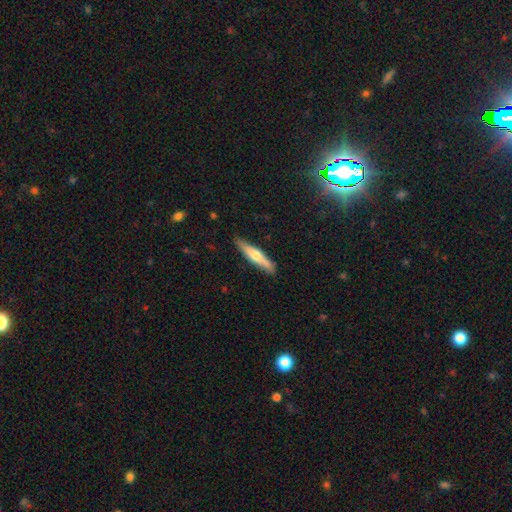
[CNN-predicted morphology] This appears to be a smooth galaxy with no disk features (52%) that is cigar-shaped (85%). Merging: none (86%).